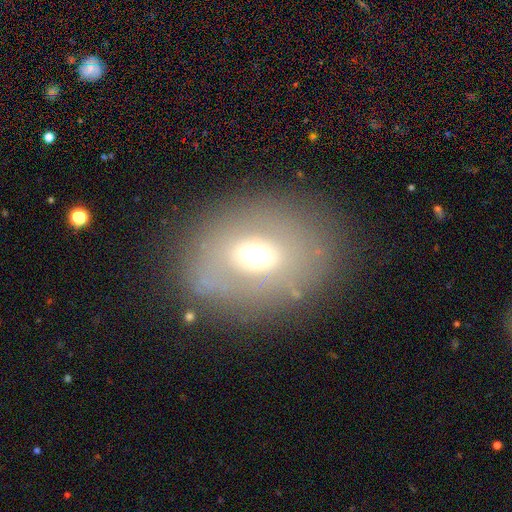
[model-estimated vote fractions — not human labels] This appears to be a smooth galaxy with no disk features (53%) that is in between round and cigar-shaped (60%). Merging: none (78%).